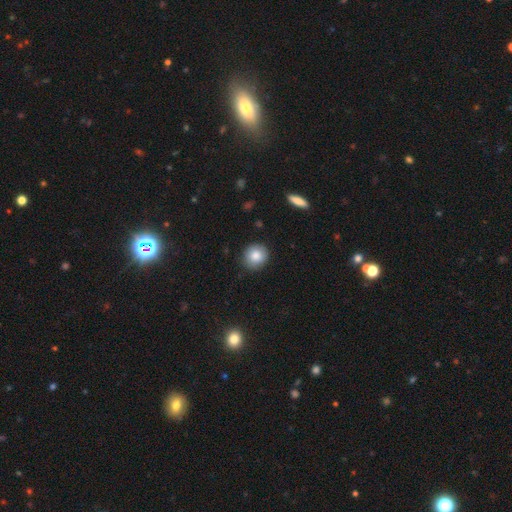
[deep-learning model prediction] Smooth or featured? Predicted: smooth (p=0.84). How rounded? Predicted: round (p=0.87). Merging? Predicted: none (p=0.87).